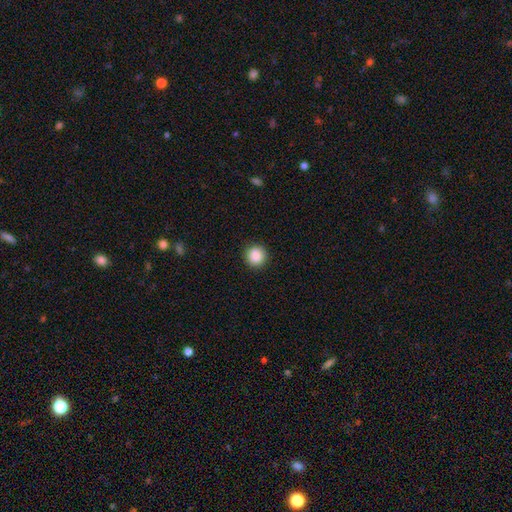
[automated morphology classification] A smooth galaxy with no disk features (89%) that is round (93%). Merging: none (92%).